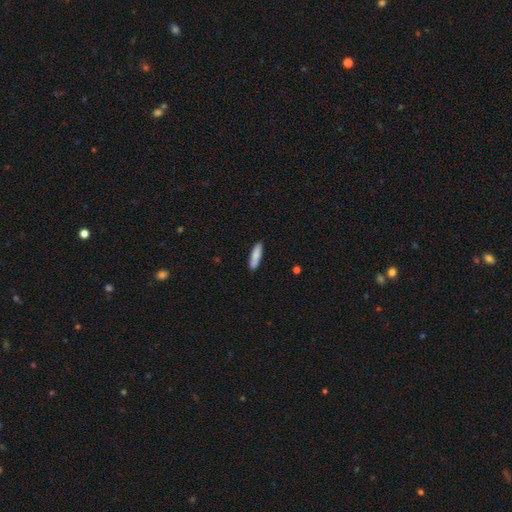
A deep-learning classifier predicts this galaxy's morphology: smooth_or_featured: smooth (p=0.82) [alt: featured or disk p=0.12]
how_rounded: cigar-shaped (p=0.71) [alt: in between p=0.27]
merging: none (p=0.86) [alt: minor disturbance p=0.10]